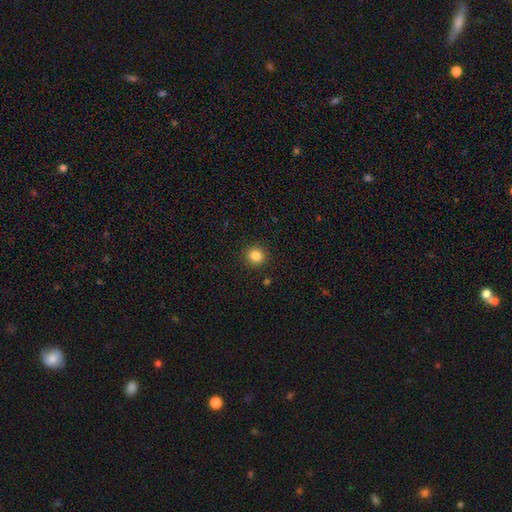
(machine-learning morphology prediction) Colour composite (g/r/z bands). It shows a smooth galaxy with no disk features (84%) that is round (93%). Merging: none (92%).